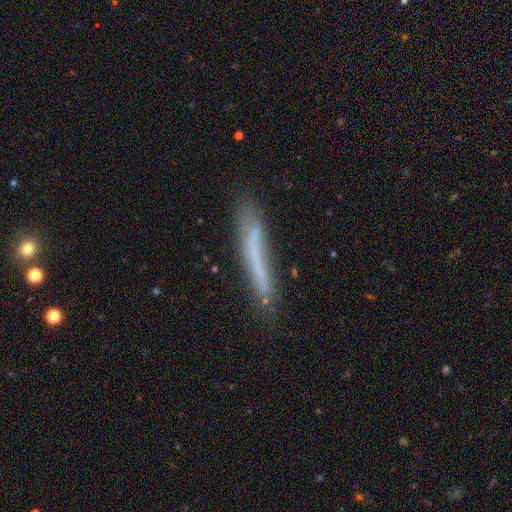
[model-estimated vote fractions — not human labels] Smooth or featured? Predicted: smooth (p=0.52). How rounded? Predicted: cigar-shaped (p=0.94). Merging? Predicted: none (p=0.65).